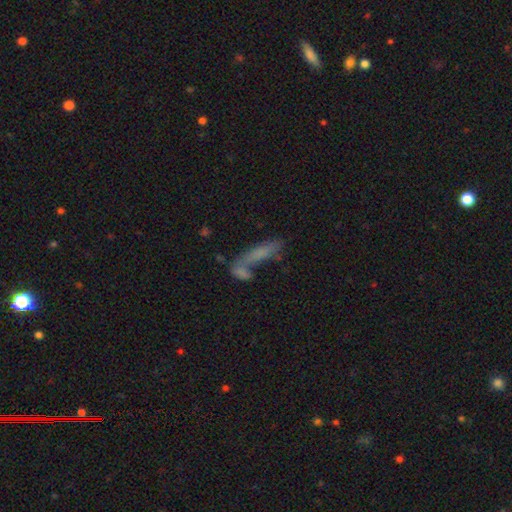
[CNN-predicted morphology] A smooth galaxy with no disk features (58%) that is cigar-shaped (70%).

Vote fractions:
- Smooth or featured? smooth: 58% / featured or disk: 28% / star or artifact: 15%
- How rounded? cigar-shaped: 70% / in between: 26% / round: 4%
- Merging? merger: 46% / none: 33% / minor disturbance: 11% / major disturbance: 10%